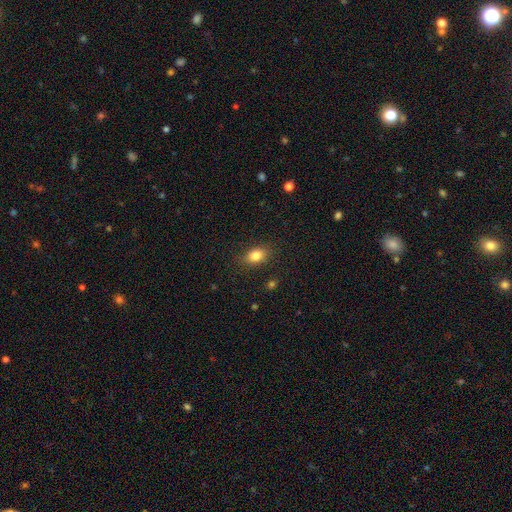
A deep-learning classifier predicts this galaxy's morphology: Smooth or featured? smooth (83%)
How rounded? in between (81%)
Merging? none (86%)